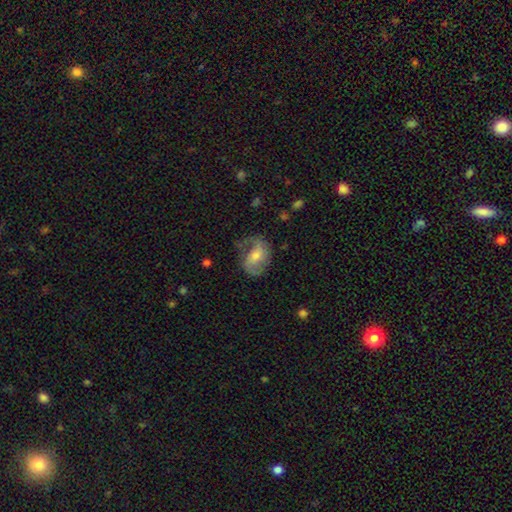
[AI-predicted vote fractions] smooth-or-featured: featured or disk: 62% | smooth: 30% | star or artifact: 8%
  disk-edge-on: no: 96% | yes: 4%
    bar: weak: 42% | no: 41% | strong: 18%
    has-spiral-arms: yes: 86% | no: 14%
      spiral-winding: medium: 42% | loose: 41% | tight: 17%
      spiral-arm-count: 2: 77% | 1: 11% | can't tell: 9% | 3: 1% | 4: 1% | more than 4: 1%
    bulge-size: moderate: 50% | small: 40% | large: 5% | none: 4% | dominant: 1%
  merging: none: 60% | minor disturbance: 23% | major disturbance: 15% | merger: 2%